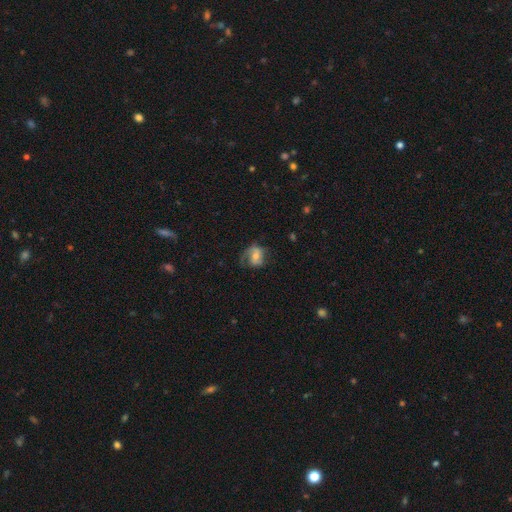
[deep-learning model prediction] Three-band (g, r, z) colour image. It shows a featured or disk galaxy (57%) with no bar (49%), spiral arms (82%) and a moderate central bulge (57%). Merging: none (52%).